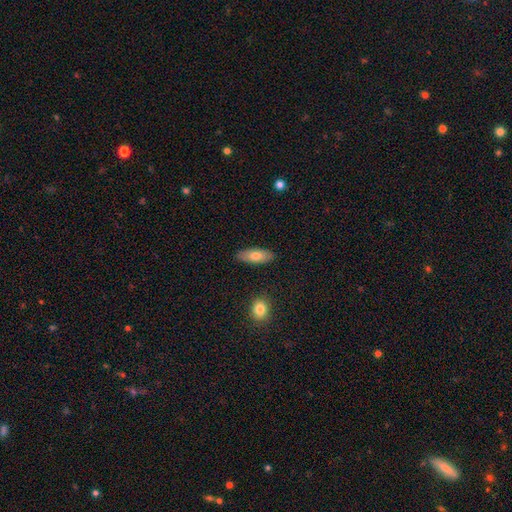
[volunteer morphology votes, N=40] A smooth galaxy with no disk features (82%) that is in between round and cigar-shaped (88%). Merging: none (92%).